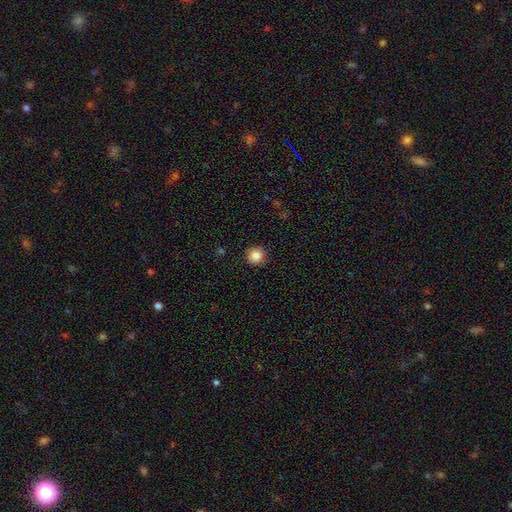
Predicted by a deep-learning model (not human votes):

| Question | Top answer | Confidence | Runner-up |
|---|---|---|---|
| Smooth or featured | smooth | 86% | star or artifact (10%) |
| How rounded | round | 95% | in between (4%) |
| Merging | none | 91% | minor disturbance (6%) |